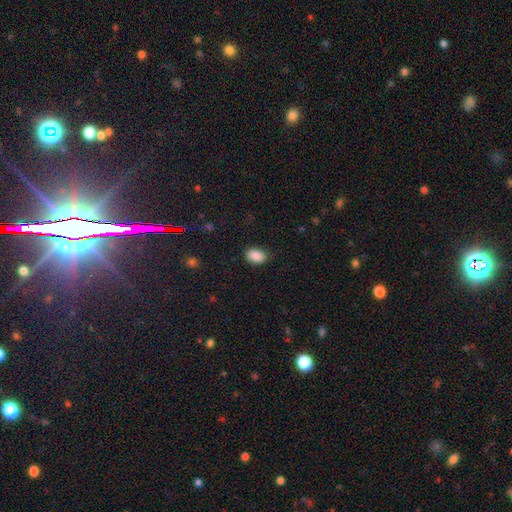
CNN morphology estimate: Smooth or featured?
  - smooth: 89% *
  - star or artifact: 8%
  - featured or disk: 3%
How rounded?
  - in between: 83% *
  - round: 16%
  - cigar-shaped: 1%
Merging?
  - none: 83% *
  - minor disturbance: 13%
  - major disturbance: 3%
  - merger: 1%